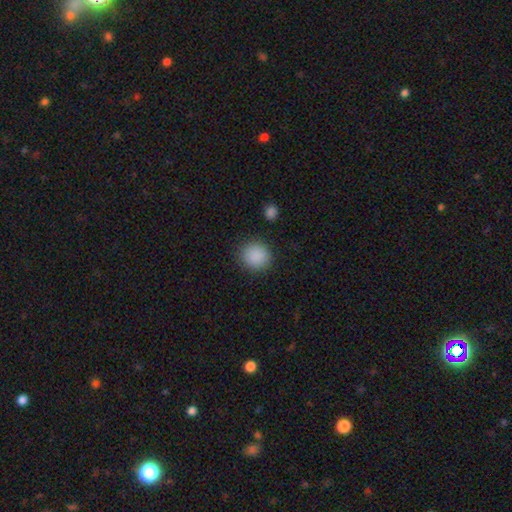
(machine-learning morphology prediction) Smooth or featured? Predicted: smooth (p=0.89). How rounded? Predicted: round (p=0.88). Merging? Predicted: none (p=0.89).